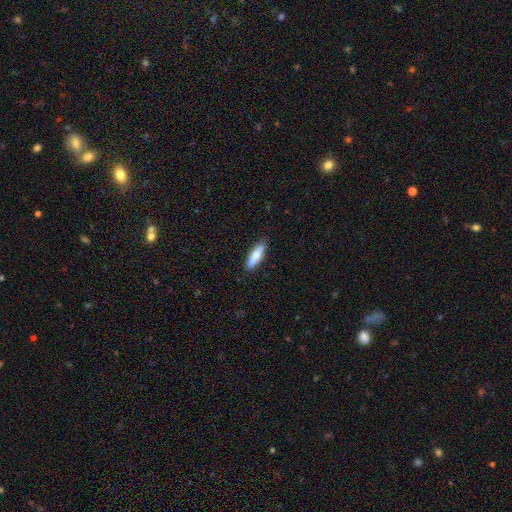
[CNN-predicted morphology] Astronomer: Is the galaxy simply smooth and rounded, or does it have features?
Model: smooth — 71%.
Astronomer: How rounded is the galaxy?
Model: cigar-shaped — 63%.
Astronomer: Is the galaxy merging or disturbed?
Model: none — 87%.